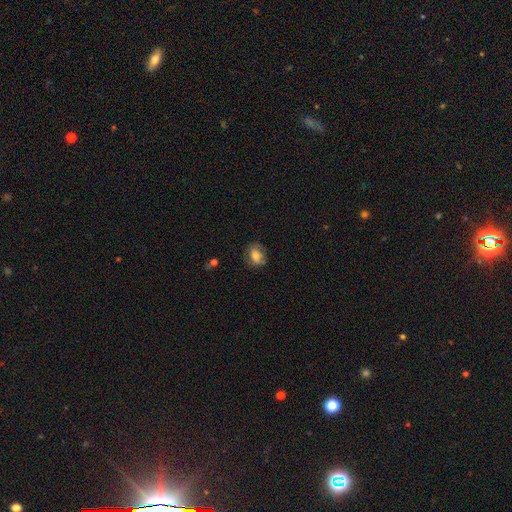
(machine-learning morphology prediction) This is likely a smooth galaxy (67%). How rounded: possibly in between (57%). Merging: likely none (68%).